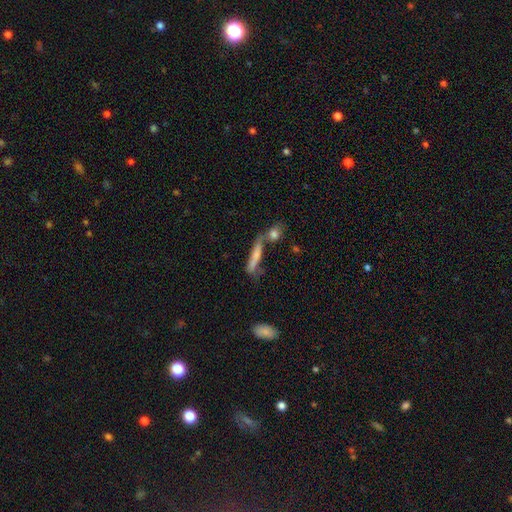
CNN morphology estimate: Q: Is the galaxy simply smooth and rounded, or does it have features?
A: smooth — 64%.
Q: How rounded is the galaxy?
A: cigar-shaped — 79%.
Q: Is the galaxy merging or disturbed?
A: merger — 41%.